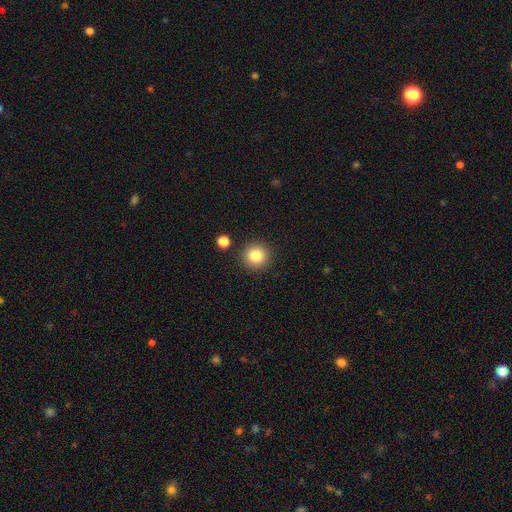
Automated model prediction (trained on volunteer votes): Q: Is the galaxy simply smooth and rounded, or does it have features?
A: smooth — 84%.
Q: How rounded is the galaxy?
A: round — 94%.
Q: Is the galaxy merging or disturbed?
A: none — 89%.